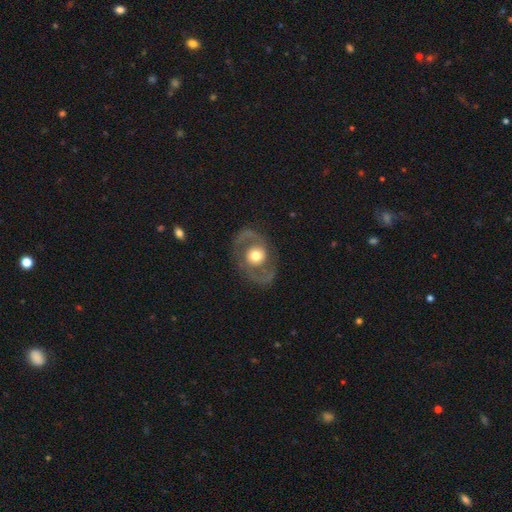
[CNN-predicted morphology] This is likely a featured or disk galaxy (78%). It is clearly not viewed edge-on (96%). Bar: likely no (74%). Spiral arm pattern: likely yes (77%). Spiral arm count: clearly 2 (90%). Spiral winding: possibly medium (53%). Central bulge: possibly moderate (59%). Merging: likely none (79%).